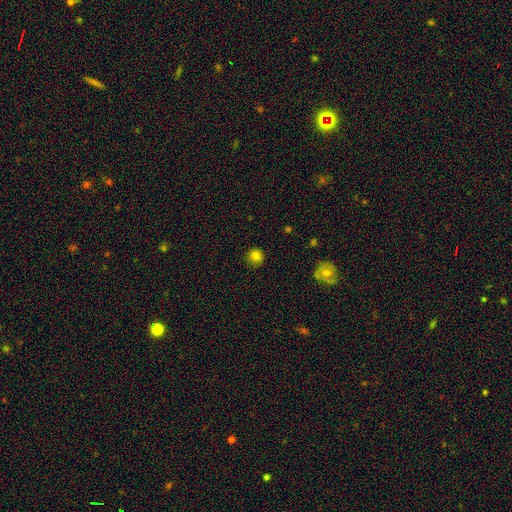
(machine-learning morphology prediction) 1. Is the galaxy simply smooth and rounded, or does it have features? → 81% smooth, 13% star or artifact, 7% featured or disk.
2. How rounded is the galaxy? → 93% round, 6% in between, 1% cigar-shaped.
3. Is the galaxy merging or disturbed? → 88% none, 9% minor disturbance, 2% major disturbance, 1% merger.